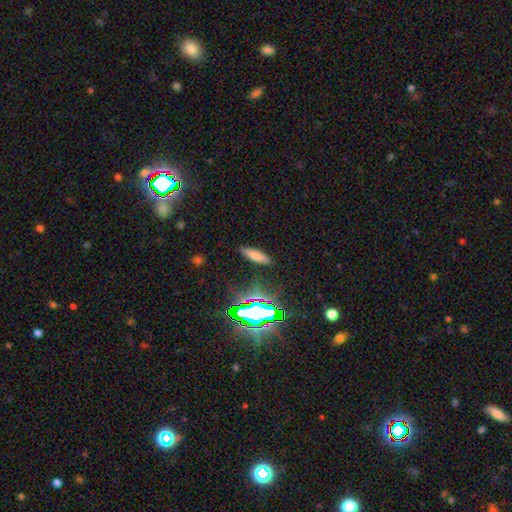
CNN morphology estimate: type=smooth (71%); roundness=cigar-shaped (57%); merging=none (86%).